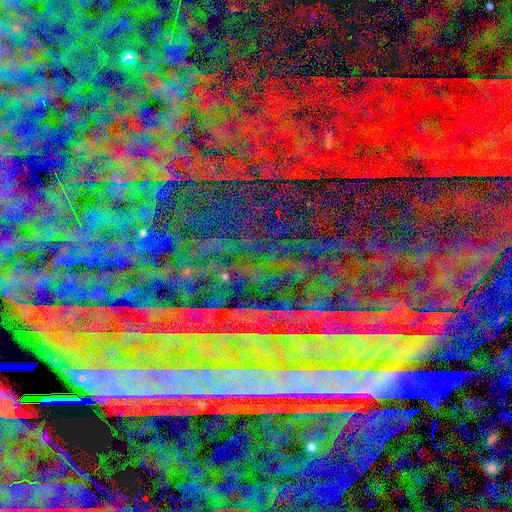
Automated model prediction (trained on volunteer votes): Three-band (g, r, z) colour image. It shows a star or artifact, not a galaxy (86%).